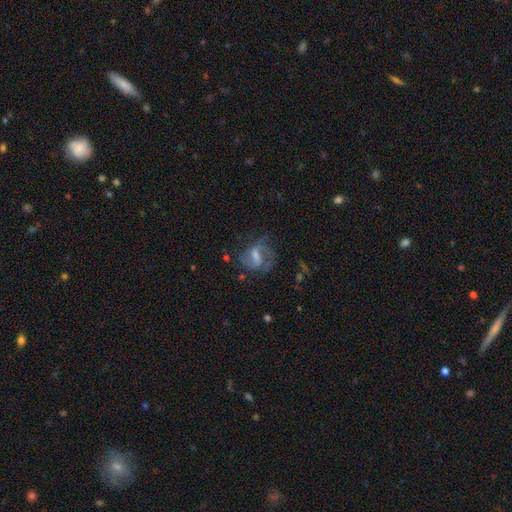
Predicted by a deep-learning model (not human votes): The model was most divided on "bulge size": moderate: 37%, small: 30%, none: 21%, large: 10%, dominant: 1%. Remaining: edge-on disk — no (97%); spiral arms — yes (87%); smooth or featured — featured or disk (72%); spiral arm count — 2 (66%); merging — none (54%); bar — weak (50%); spiral winding — medium (49%).